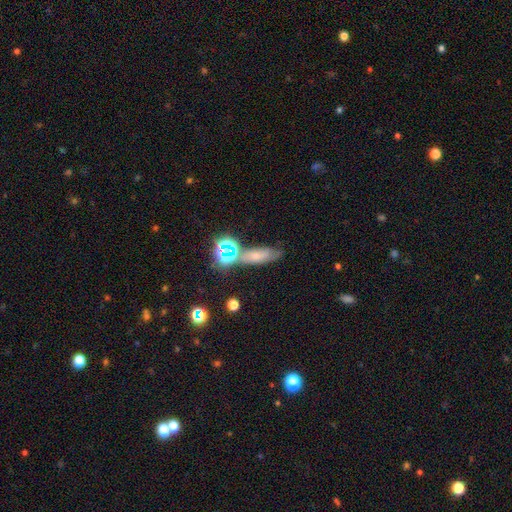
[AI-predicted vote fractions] A smooth galaxy with no disk features (53%) that is in between round and cigar-shaped (53%).

Vote fractions:
- Smooth or featured? smooth: 53% / star or artifact: 26% / featured or disk: 21%
- How rounded? in between: 53% / cigar-shaped: 33% / round: 14%
- Merging? none: 58% / minor disturbance: 19% / merger: 15% / major disturbance: 8%